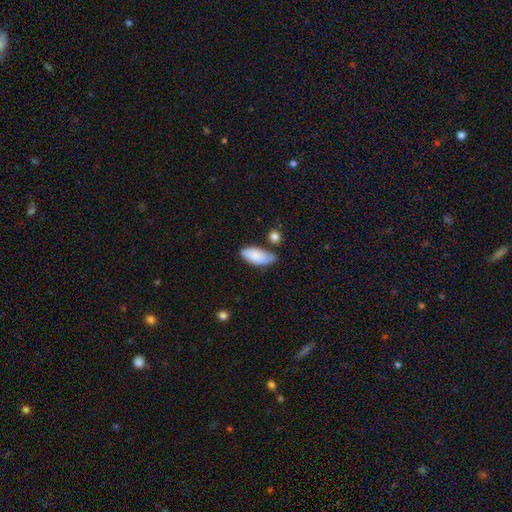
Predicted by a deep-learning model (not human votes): Smooth or featured? smooth (84%)
How rounded? in between (90%)
Merging? none (57%)